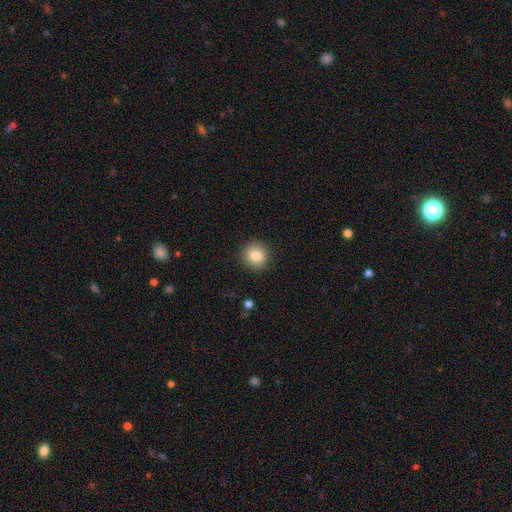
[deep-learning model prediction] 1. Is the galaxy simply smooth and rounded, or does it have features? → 84% smooth, 9% star or artifact, 7% featured or disk.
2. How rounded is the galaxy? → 88% round, 11% in between, 1% cigar-shaped.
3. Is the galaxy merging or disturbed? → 90% none, 7% minor disturbance, 2% major disturbance, 1% merger.